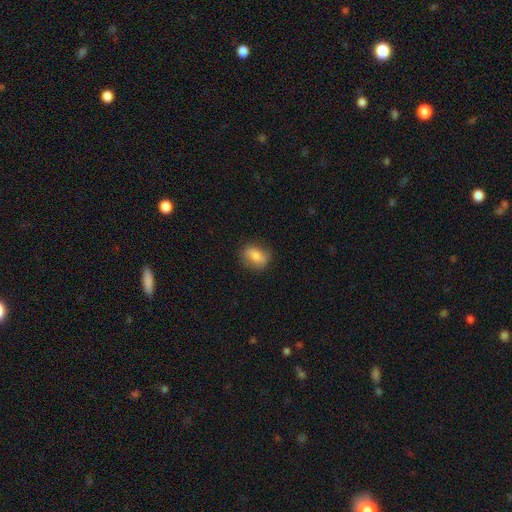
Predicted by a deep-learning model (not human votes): smooth_or_featured: smooth (p=0.76) [alt: featured or disk p=0.15]
how_rounded: in between (p=0.69) [alt: round p=0.28]
merging: none (p=0.79) [alt: minor disturbance p=0.16]